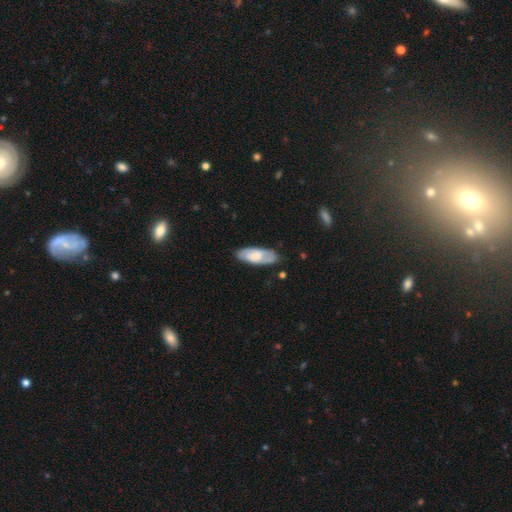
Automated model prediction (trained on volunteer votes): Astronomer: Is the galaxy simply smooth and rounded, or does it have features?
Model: smooth — 65%.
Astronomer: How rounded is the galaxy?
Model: in between — 76%.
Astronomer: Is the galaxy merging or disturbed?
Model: none — 75%.